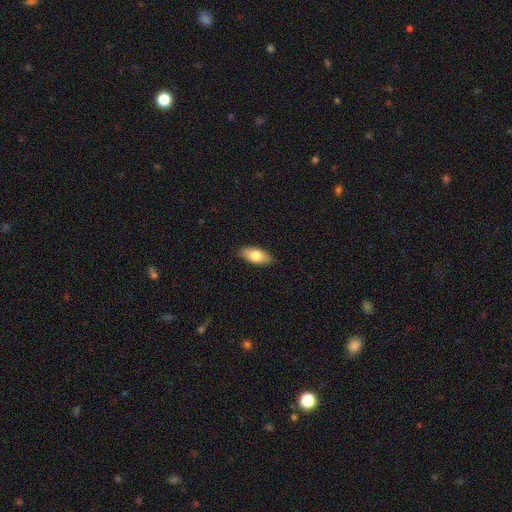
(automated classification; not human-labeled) Q: Smooth or featured?
A: smooth (76%); runner-up: featured or disk (18%)
Q: How rounded?
A: in between (88%); runner-up: cigar-shaped (9%)
Q: Merging?
A: none (87%); runner-up: minor disturbance (10%)